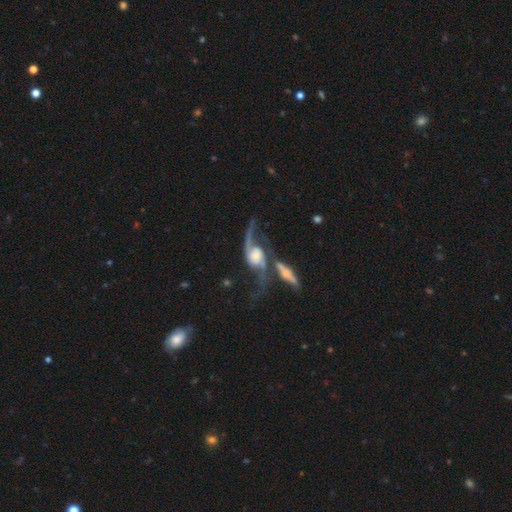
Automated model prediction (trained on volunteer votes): This appears to be a featured or disk galaxy (85%) with no bar (63%), 2 (86%) loose (72%) spiral arms (95%) and a small central bulge (33%). Merging: merger (48%).